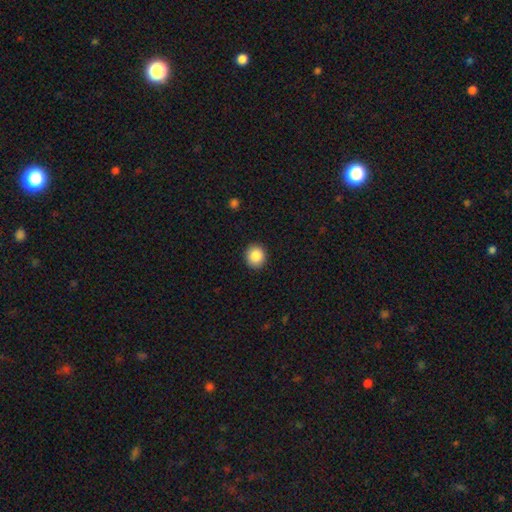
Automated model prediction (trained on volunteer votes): smooth_or_featured: smooth (p=0.87) [alt: star or artifact p=0.09]
how_rounded: round (p=0.87) [alt: in between p=0.12]
merging: none (p=0.91) [alt: minor disturbance p=0.06]